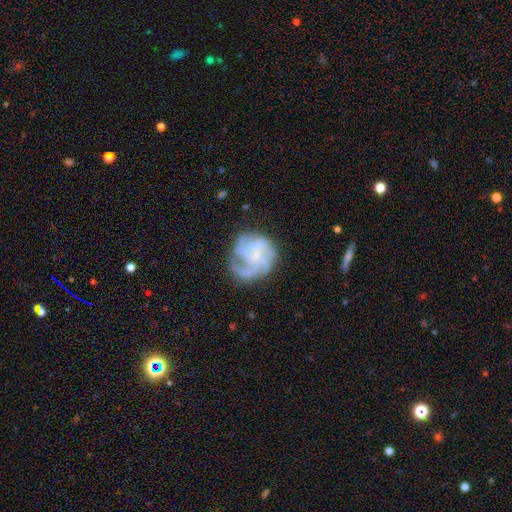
Smooth or featured? featured or disk (73%)
Edge-on disk? no (100%)
Bar? no (52%)
Spiral arms? yes (85%)
Spiral winding? tight (52%)
Spiral arm count? can't tell (43%)
Bulge size? small (63%)
Merging? none (56%)